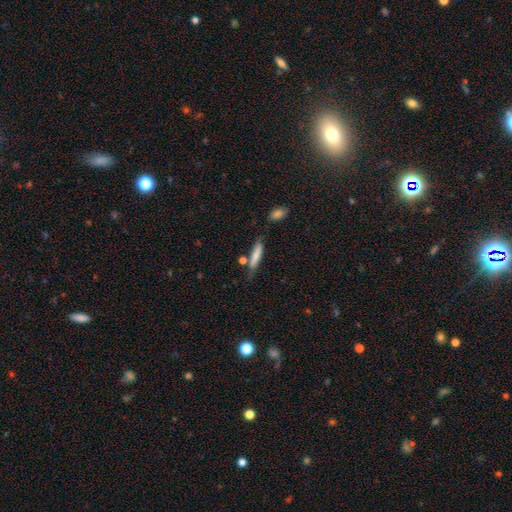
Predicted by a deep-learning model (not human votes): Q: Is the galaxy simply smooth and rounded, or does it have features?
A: smooth — 73%.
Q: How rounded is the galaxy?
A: cigar-shaped — 84%.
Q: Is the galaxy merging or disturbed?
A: none — 66%.